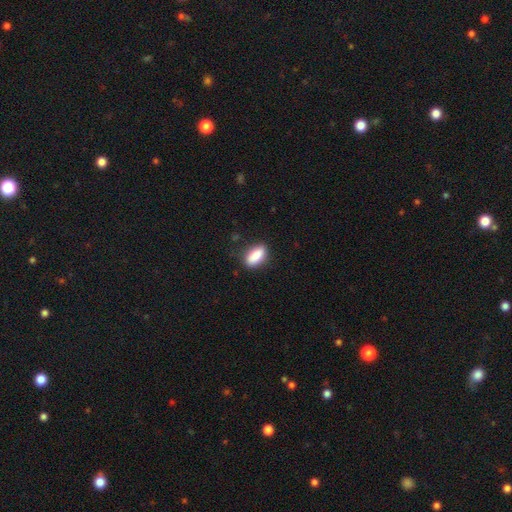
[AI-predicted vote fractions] A smooth galaxy with no disk features (86%) that is in between round and cigar-shaped (83%). Merging: none (81%).